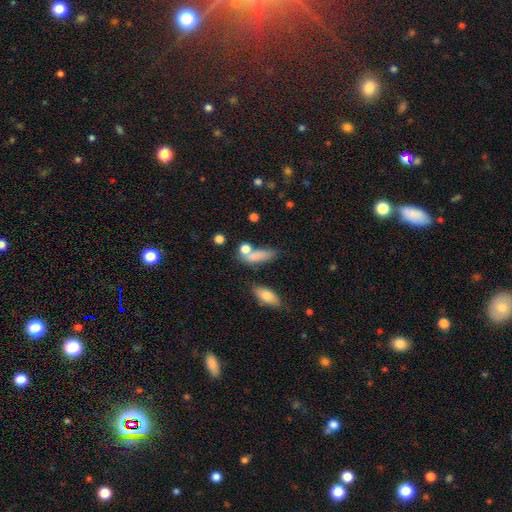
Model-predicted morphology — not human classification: Smooth or featured?
  - smooth: 77% *
  - star or artifact: 11%
  - featured or disk: 11%
How rounded?
  - in between: 55% *
  - cigar-shaped: 28%
  - round: 17%
Merging?
  - none: 46% *
  - merger: 25%
  - minor disturbance: 18%
  - major disturbance: 11%